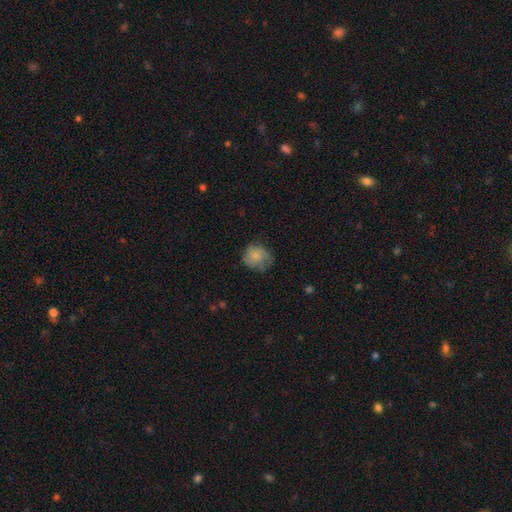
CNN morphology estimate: Smooth or featured? smooth (71%)
How rounded? round (80%)
Merging? none (57%)